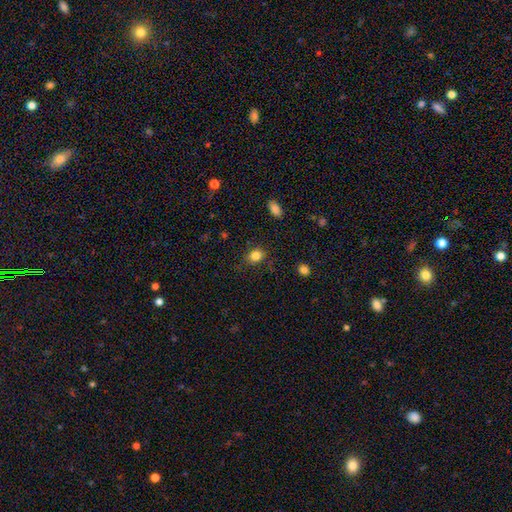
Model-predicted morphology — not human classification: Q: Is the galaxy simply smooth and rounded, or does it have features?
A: smooth — 84%.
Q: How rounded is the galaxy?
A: round — 59%.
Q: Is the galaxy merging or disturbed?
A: none — 80%.